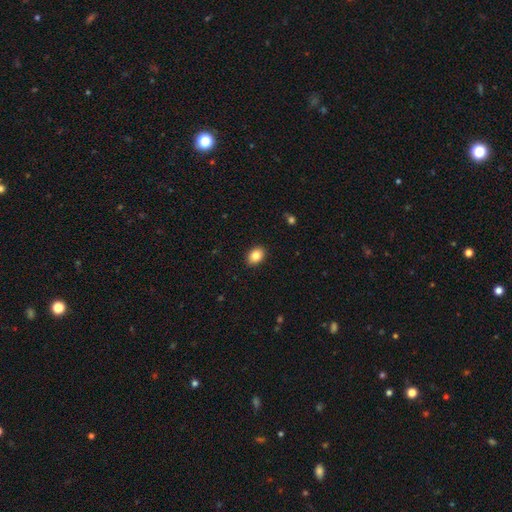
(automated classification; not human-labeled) This appears to be a smooth galaxy with no disk features (84%) that is in between round and cigar-shaped (73%). Merging: none (90%).